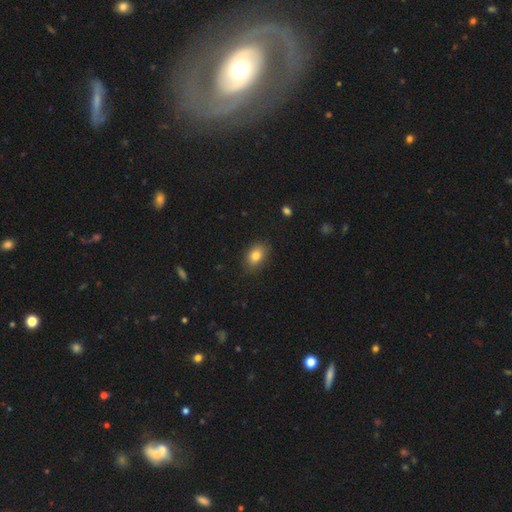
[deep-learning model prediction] Smooth or featured? smooth (81%)
How rounded? in between (82%)
Merging? none (85%)